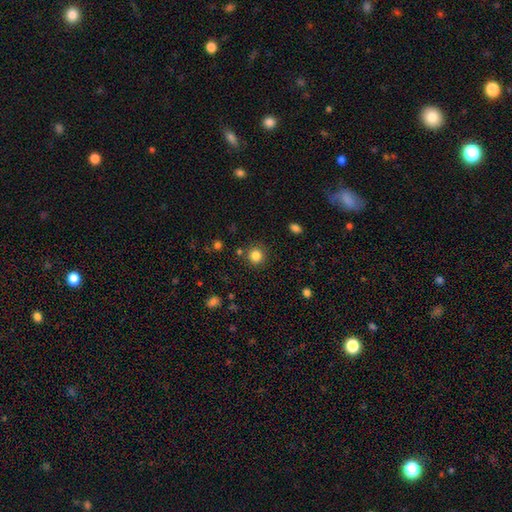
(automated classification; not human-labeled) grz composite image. It shows a smooth galaxy with no disk features (83%) that is round (93%). Merging: none (87%).